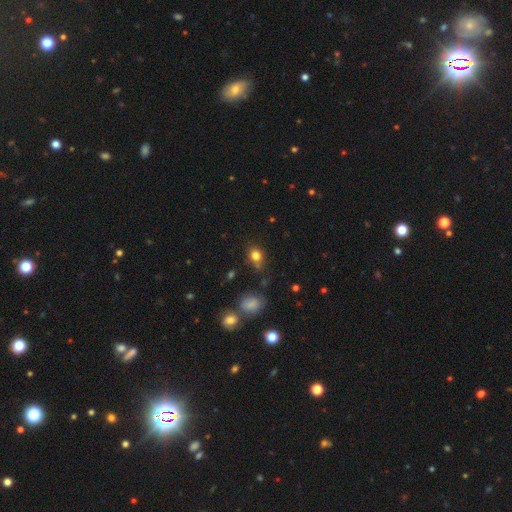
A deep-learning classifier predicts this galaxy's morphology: Overall: smooth (80%). How rounded: round (62%; in between 36%). Merging: none (71%).